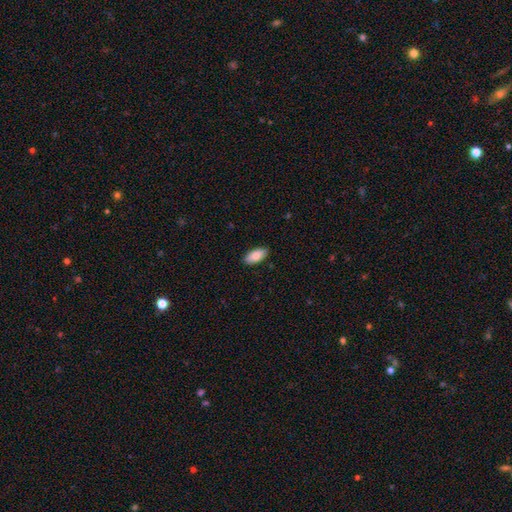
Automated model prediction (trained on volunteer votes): Smooth or featured? Predicted: smooth (p=0.88). How rounded? Predicted: in between (p=0.92). Merging? Predicted: none (p=0.89).